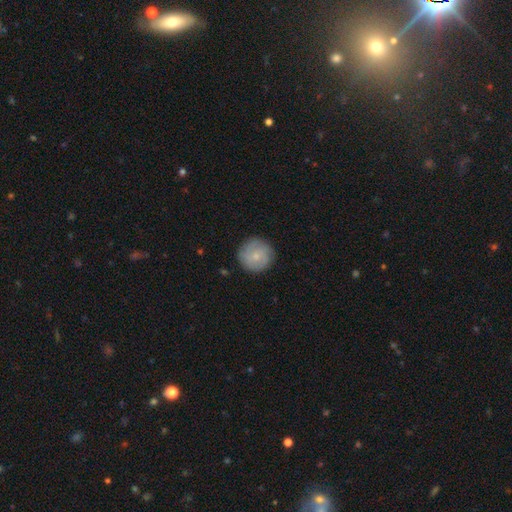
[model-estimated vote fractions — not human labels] Q: Smooth or featured?
A: smooth (68%); runner-up: featured or disk (25%)
Q: How rounded?
A: round (95%); runner-up: in between (4%)
Q: Merging?
A: none (86%); runner-up: minor disturbance (10%)